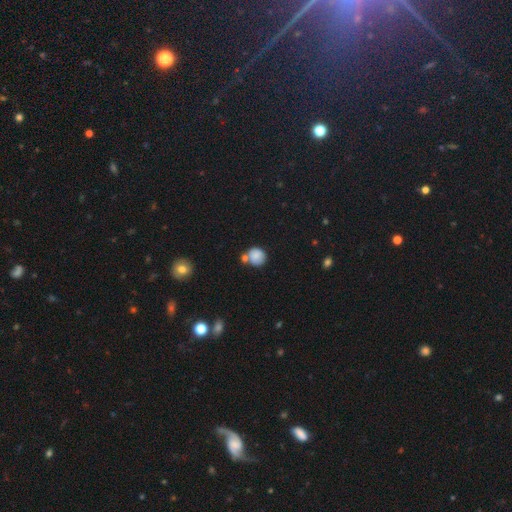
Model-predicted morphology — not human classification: Smooth or featured: smooth — 83% (star or artifact — 9%)
How rounded: round — 82% (in between — 17%)
Merging: none — 53% (merger — 26%)